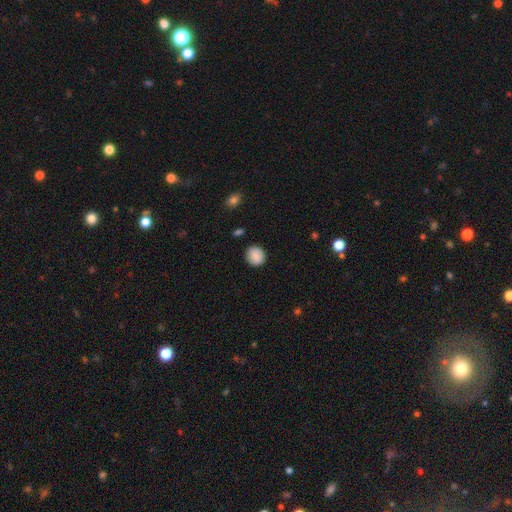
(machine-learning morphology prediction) This is clearly a smooth galaxy (88%). How rounded: clearly round (85%). Merging: clearly none (89%).